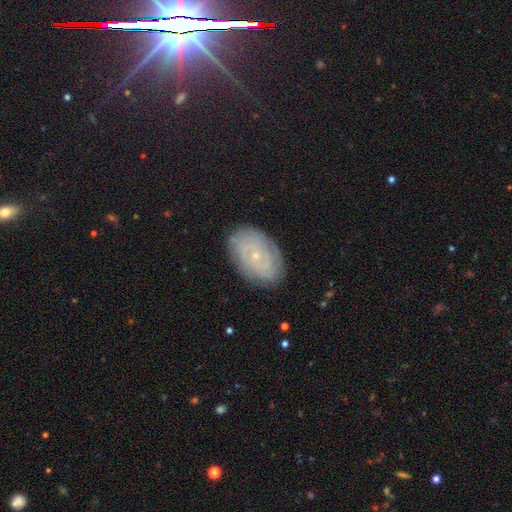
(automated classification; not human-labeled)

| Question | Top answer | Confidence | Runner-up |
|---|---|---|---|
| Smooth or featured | featured or disk | 65% | smooth (21%) |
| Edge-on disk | no | 95% | yes (5%) |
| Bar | no | 78% | weak (18%) |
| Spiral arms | yes | 87% | no (13%) |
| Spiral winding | tight | 77% | medium (17%) |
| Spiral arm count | can't tell | 52% | 2 (17%) |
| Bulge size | small | 85% | moderate (11%) |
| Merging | none | 83% | minor disturbance (12%) |